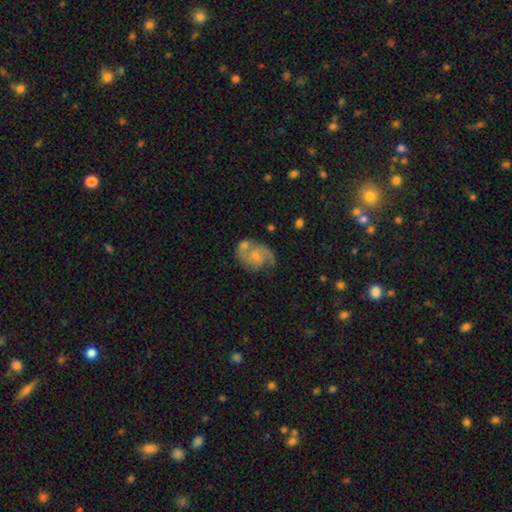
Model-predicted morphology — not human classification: smooth-or-featured: featured or disk: 72% | smooth: 21% | star or artifact: 7%
  disk-edge-on: no: 98% | yes: 2%
    bar: no: 56% | weak: 38% | strong: 6%
    has-spiral-arms: yes: 90% | no: 10%
      spiral-winding: medium: 51% | loose: 25% | tight: 24%
      spiral-arm-count: 2: 77% | can't tell: 9% | 1: 7% | 3: 4% | 4: 1% | more than 4: 1%
    bulge-size: small: 38% | none: 29% | moderate: 26% | large: 5% | dominant: 2%
  merging: none: 47% | minor disturbance: 22% | merger: 18% | major disturbance: 13%